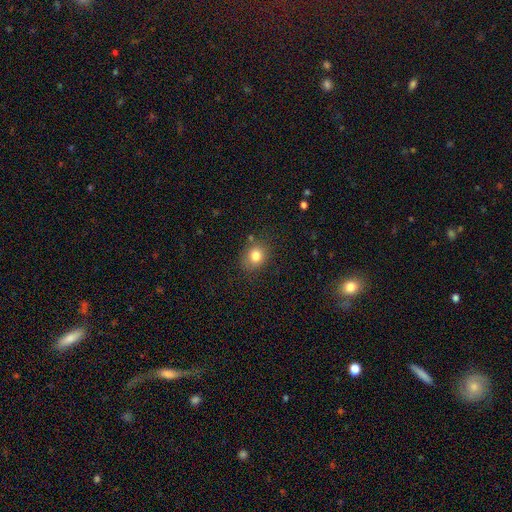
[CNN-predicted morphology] smooth_or_featured: smooth (p=0.80) [alt: star or artifact p=0.11]
how_rounded: round (p=0.65) [alt: in between p=0.34]
merging: none (p=0.80) [alt: minor disturbance p=0.13]